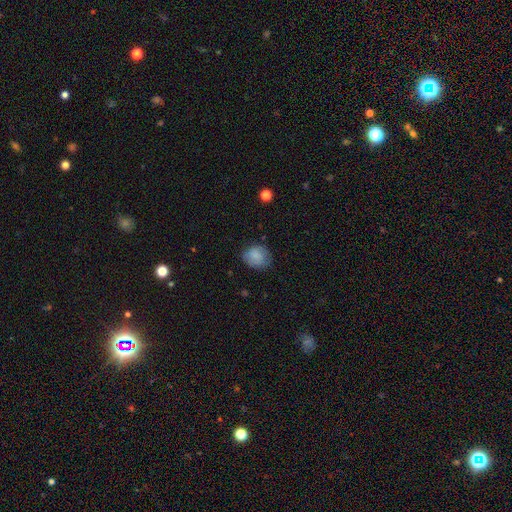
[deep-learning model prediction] Smooth or featured? smooth (82%)
How rounded? round (66%)
Merging? none (72%)